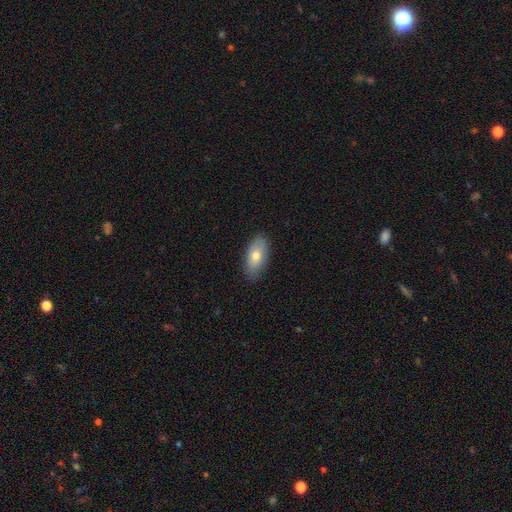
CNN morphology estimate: smooth-or-featured: smooth: 72% | featured or disk: 21% | star or artifact: 7%
  how-rounded: in between: 91% | cigar-shaped: 5% | round: 4%
  merging: none: 83% | minor disturbance: 13% | major disturbance: 3% | merger: 1%